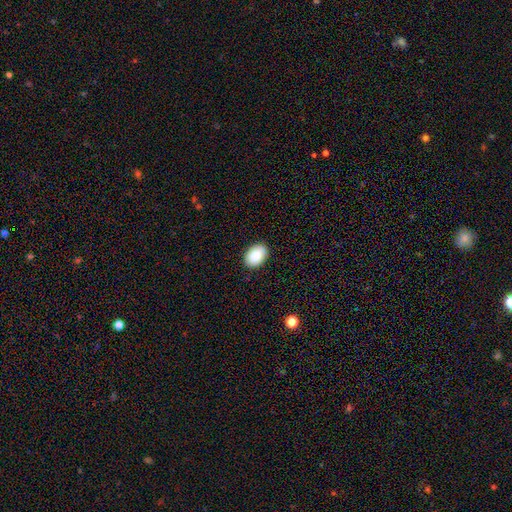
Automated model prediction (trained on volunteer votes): The model was most divided on "how rounded": in between: 84%, round: 15%, cigar-shaped: 1%. More confident: merging — none (90%); smooth or featured — smooth (87%).